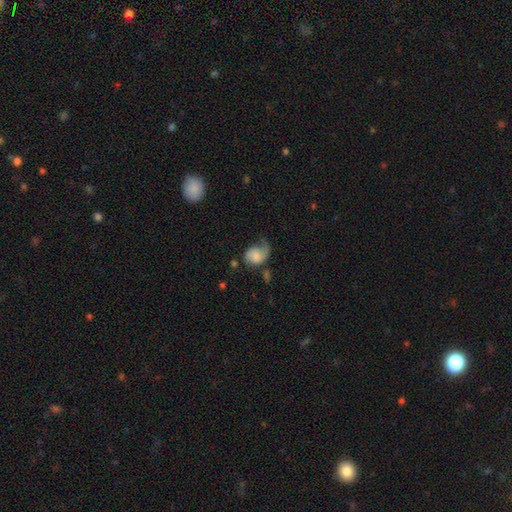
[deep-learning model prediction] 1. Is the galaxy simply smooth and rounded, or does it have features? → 49% smooth, 43% featured or disk, 8% star or artifact.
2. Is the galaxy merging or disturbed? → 34% major disturbance, 31% none, 30% minor disturbance, 4% merger.